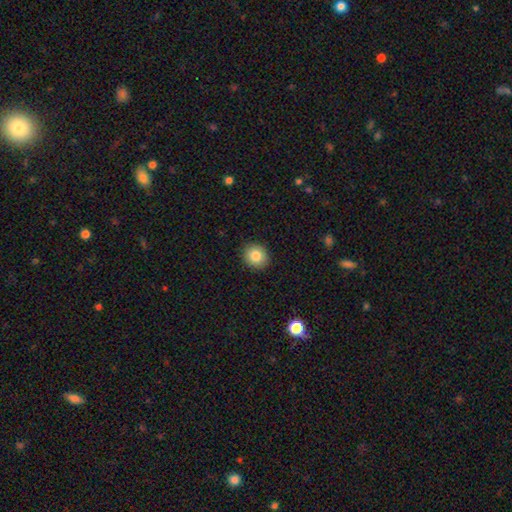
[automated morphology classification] Smooth or featured: smooth — 84% (star or artifact — 9%)
How rounded: round — 80% (in between — 19%)
Merging: none — 90% (minor disturbance — 7%)